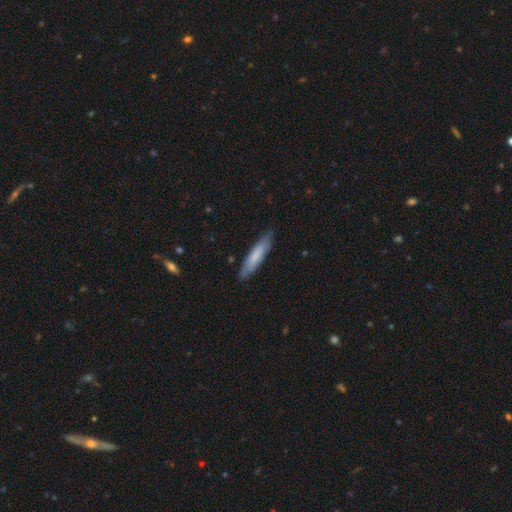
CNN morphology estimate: The model was most divided on "smooth or featured": smooth: 72%, featured or disk: 23%, star or artifact: 5%. More confident: merging — none (85%); how rounded — cigar-shaped (85%).